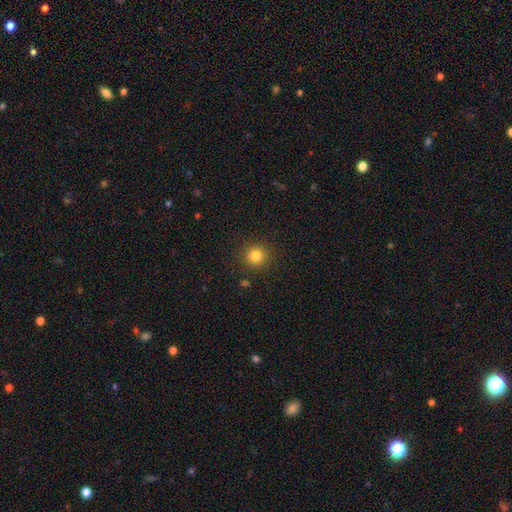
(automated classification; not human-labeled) smooth_or_featured: smooth (p=0.82) [alt: star or artifact p=0.12]
how_rounded: round (p=0.93) [alt: in between p=0.06]
merging: none (p=0.90) [alt: minor disturbance p=0.06]